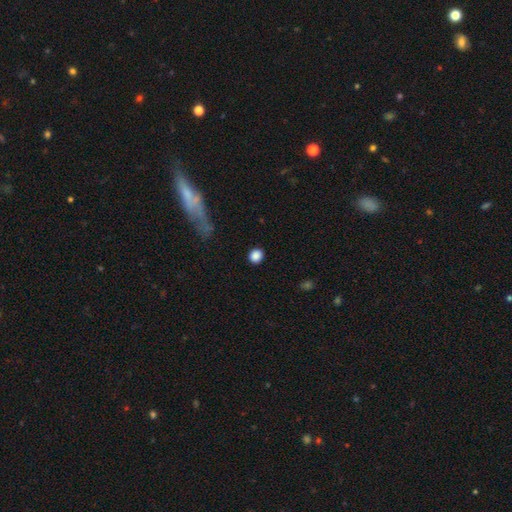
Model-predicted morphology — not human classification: A smooth galaxy with no disk features (87%) that is round (83%).

Vote fractions:
- Smooth or featured? smooth: 87% / star or artifact: 10% / featured or disk: 3%
- How rounded? round: 83% / in between: 16% / cigar-shaped: 1%
- Merging? none: 89% / minor disturbance: 7% / major disturbance: 2% / merger: 1%